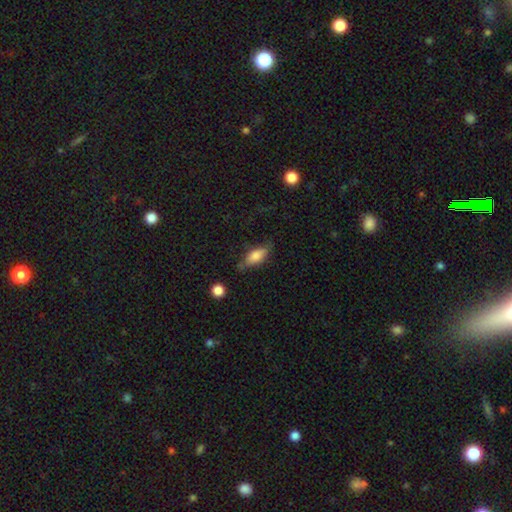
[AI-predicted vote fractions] Smooth or featured: smooth — 76% (featured or disk — 17%)
How rounded: in between — 80% (cigar-shaped — 17%)
Merging: none — 61% (minor disturbance — 26%)